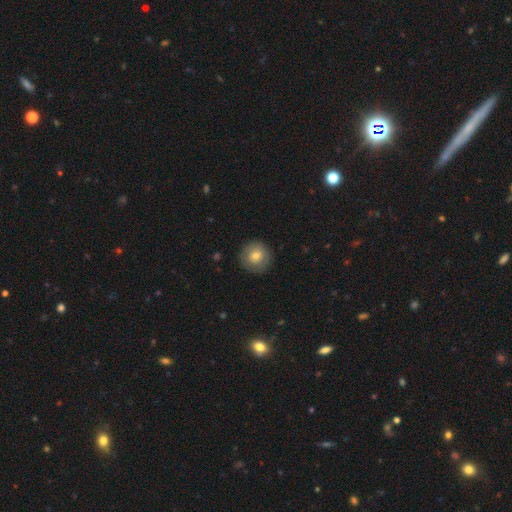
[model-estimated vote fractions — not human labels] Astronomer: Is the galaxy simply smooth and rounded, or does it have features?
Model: smooth — 70%.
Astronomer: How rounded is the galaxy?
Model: round — 94%.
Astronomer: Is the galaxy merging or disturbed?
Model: none — 87%.